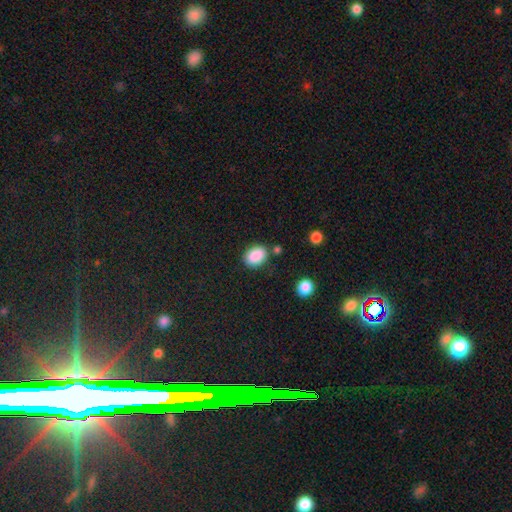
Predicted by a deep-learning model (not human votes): This is clearly a smooth galaxy (88%). How rounded: likely in between (76%). Merging: likely none (78%).